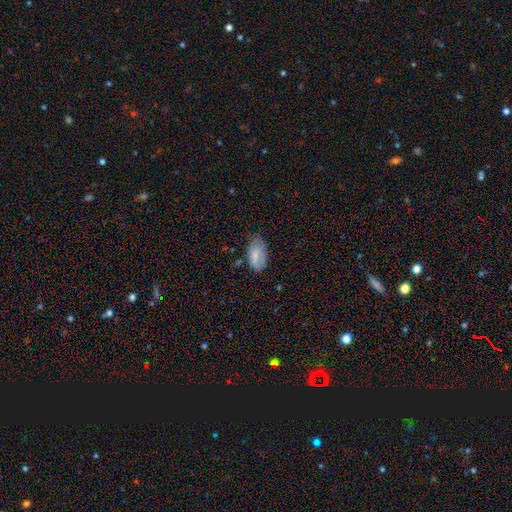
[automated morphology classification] Smooth or featured: smooth — 75% (featured or disk — 17%)
How rounded: in between — 94% (round — 4%)
Merging: none — 53% (minor disturbance — 35%)